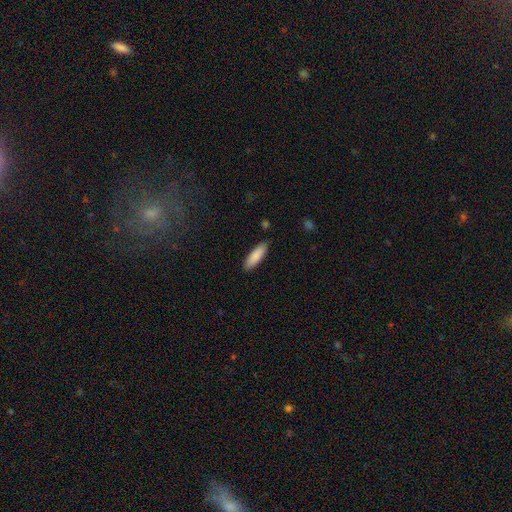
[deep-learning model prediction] A smooth galaxy with no disk features (87%) that is cigar-shaped (56%).

Vote fractions:
- Smooth or featured? smooth: 87% / featured or disk: 7% / star or artifact: 6%
- How rounded? cigar-shaped: 56% / in between: 43% / round: 1%
- Merging? none: 88% / minor disturbance: 8% / major disturbance: 2% / merger: 1%